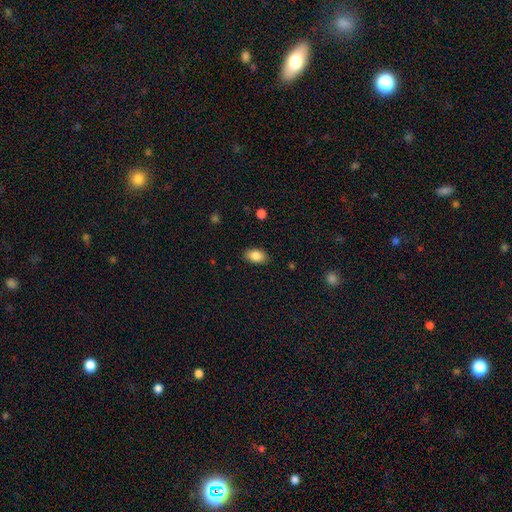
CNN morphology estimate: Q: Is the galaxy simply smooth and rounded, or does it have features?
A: smooth — 86%.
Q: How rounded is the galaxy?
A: in between — 89%.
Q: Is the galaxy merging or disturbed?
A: none — 87%.